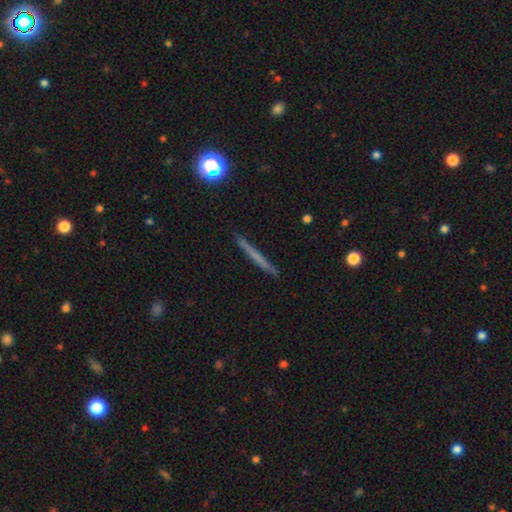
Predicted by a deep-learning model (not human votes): Morphology: type=smooth (50%); roundness=cigar-shaped (95%); merging=none (91%).